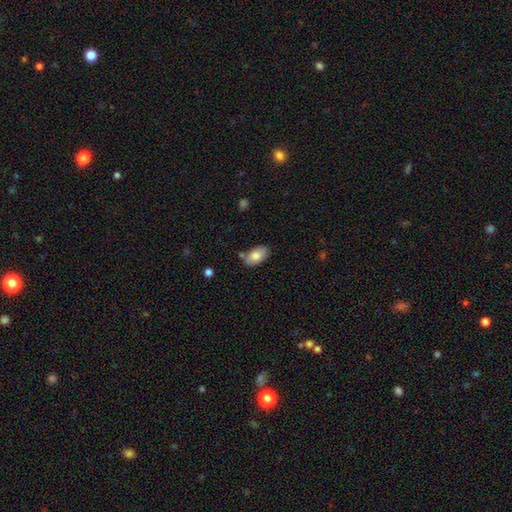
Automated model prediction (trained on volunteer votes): A smooth galaxy with no disk features (79%) that is in between round and cigar-shaped (93%). Merging: none (74%).